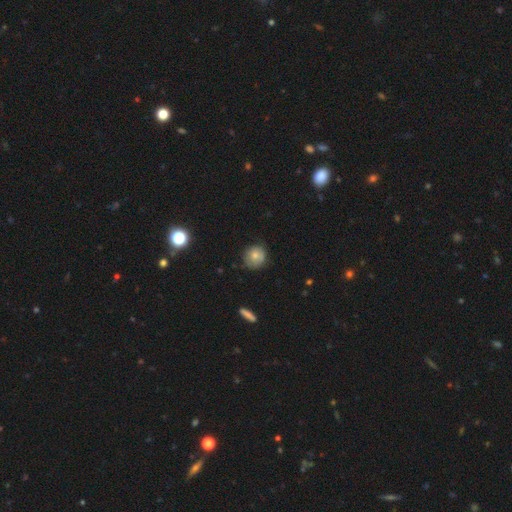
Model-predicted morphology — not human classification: Q: Smooth or featured?
A: smooth (70%); runner-up: featured or disk (21%)
Q: How rounded?
A: round (87%); runner-up: in between (12%)
Q: Merging?
A: none (71%); runner-up: minor disturbance (23%)